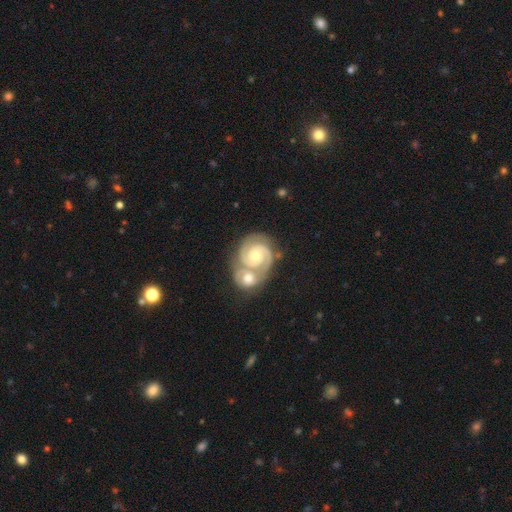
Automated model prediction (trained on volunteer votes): Smooth or featured: featured or disk — 89% (smooth — 6%)
Edge-on disk: no — 98% (yes — 2%)
Bar: no — 72% (weak — 22%)
Spiral arms: yes — 98% (no — 2%)
Spiral winding: tight — 70% (medium — 27%)
Spiral arm count: 2 — 86% (3 — 6%)
Bulge size: moderate — 64% (small — 31%)
Merging: merger — 54% (none — 34%)